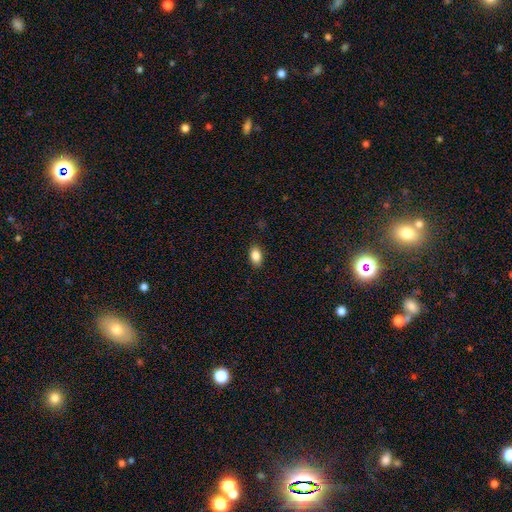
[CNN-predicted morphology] Smooth or featured? Predicted: smooth (p=0.87). How rounded? Predicted: in between (p=0.88). Merging? Predicted: none (p=0.88).